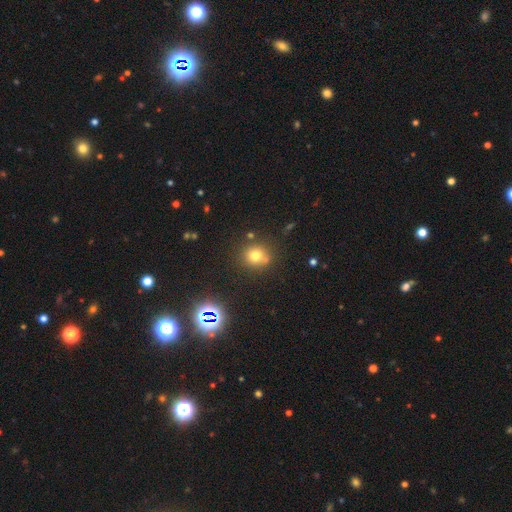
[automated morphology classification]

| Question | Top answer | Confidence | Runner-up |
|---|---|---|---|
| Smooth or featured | smooth | 73% | star or artifact (17%) |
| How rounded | round | 84% | in between (15%) |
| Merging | none | 73% | minor disturbance (13%) |